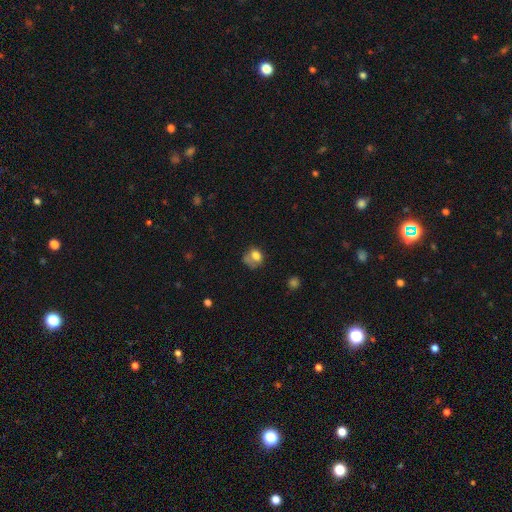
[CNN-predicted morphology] This is likely a smooth galaxy (71%). How rounded: possibly round (56%). Merging: marginally none (39%).